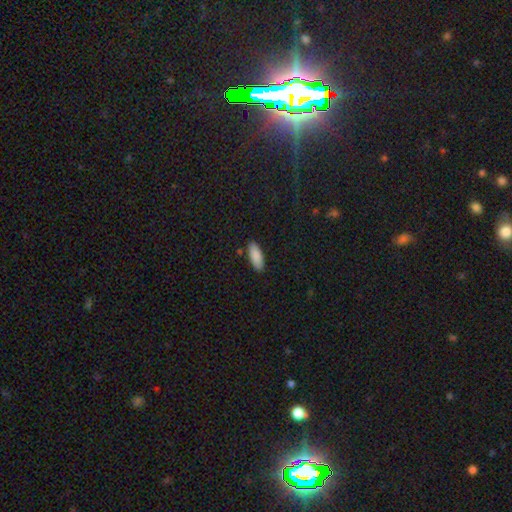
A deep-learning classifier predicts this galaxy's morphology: A smooth galaxy with no disk features (88%) that is in between round and cigar-shaped (80%). Merging: none (87%).